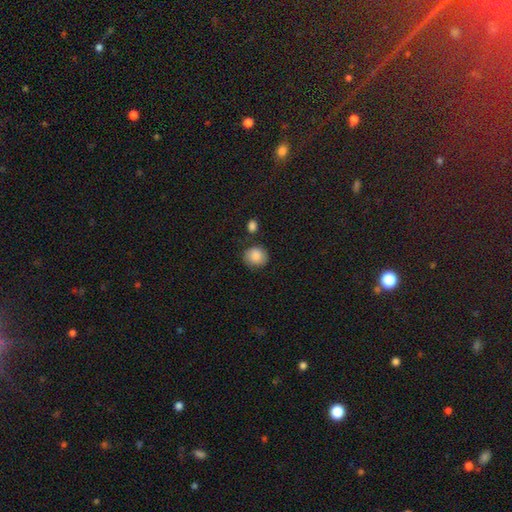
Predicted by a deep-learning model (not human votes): Smooth or featured: smooth — 88% (star or artifact — 8%)
How rounded: round — 81% (in between — 18%)
Merging: none — 78% (minor disturbance — 13%)